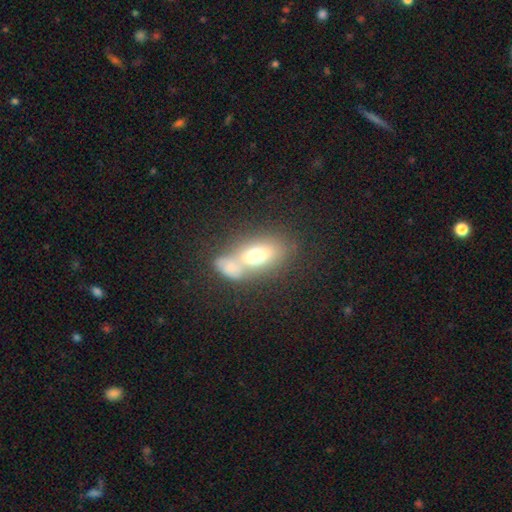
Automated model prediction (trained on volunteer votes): The model was most divided on "merging": merger: 49%, none: 33%, minor disturbance: 11%, major disturbance: 7%. More confident: how rounded — in between (81%); smooth or featured — smooth (65%).